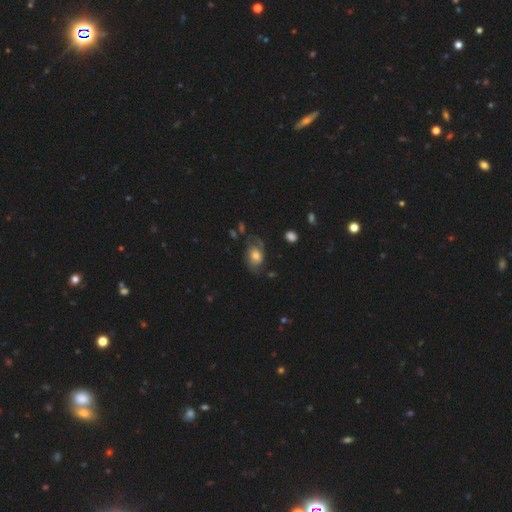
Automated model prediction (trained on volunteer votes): smooth-or-featured: featured or disk: 62% | smooth: 30% | star or artifact: 8%
  disk-edge-on: no: 96% | yes: 4%
    bar: no: 72% | weak: 23% | strong: 5%
    has-spiral-arms: yes: 84% | no: 16%
      spiral-winding: medium: 43% | loose: 32% | tight: 26%
      spiral-arm-count: 2: 76% | can't tell: 11% | 1: 8% | 3: 2% | 4: 1% | more than 4: 1%
    bulge-size: moderate: 60% | small: 22% | large: 14% | none: 2% | dominant: 2%
  merging: none: 57% | minor disturbance: 23% | major disturbance: 18% | merger: 3%